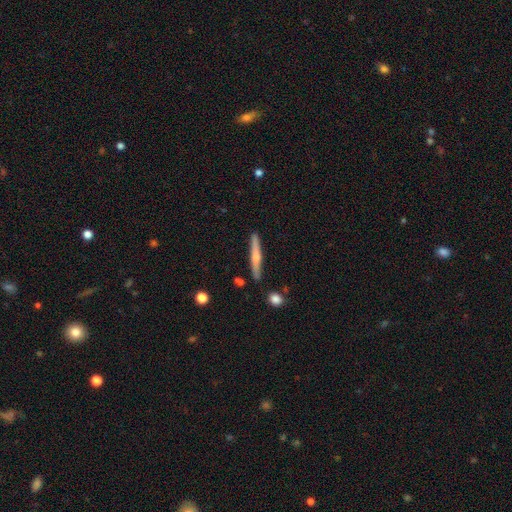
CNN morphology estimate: Overall: featured or disk (53%; smooth 41%). Edge-on disk: yes (97%). Edge-on bulge: rounded (78%). Merging: none (88%).